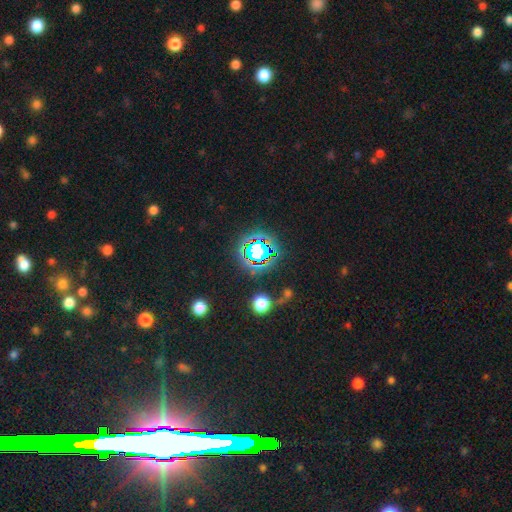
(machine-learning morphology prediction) Q: Smooth or featured?
A: star or artifact (82%); runner-up: smooth (10%)